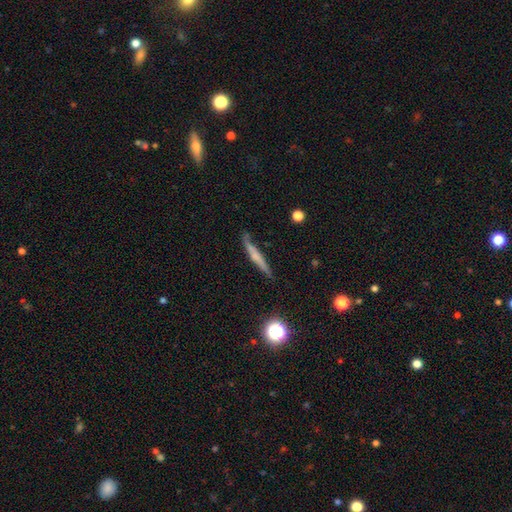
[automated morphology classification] Smooth or featured?
  - smooth: 47% *
  - featured or disk: 45%
  - star or artifact: 9%
Merging?
  - none: 75% *
  - minor disturbance: 18%
  - major disturbance: 4%
  - merger: 3%